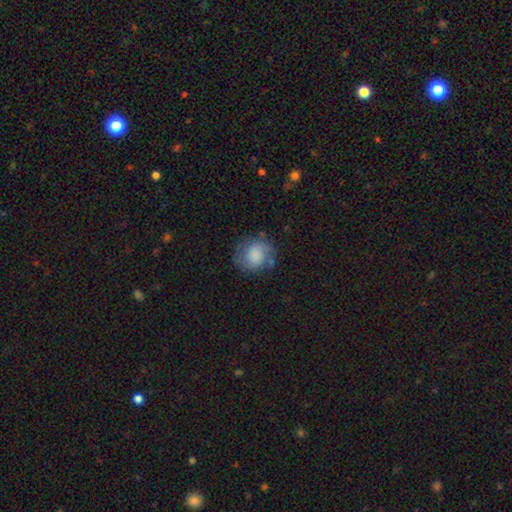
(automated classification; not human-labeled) Smooth or featured? smooth (60%)
How rounded? round (80%)
Merging? none (68%)